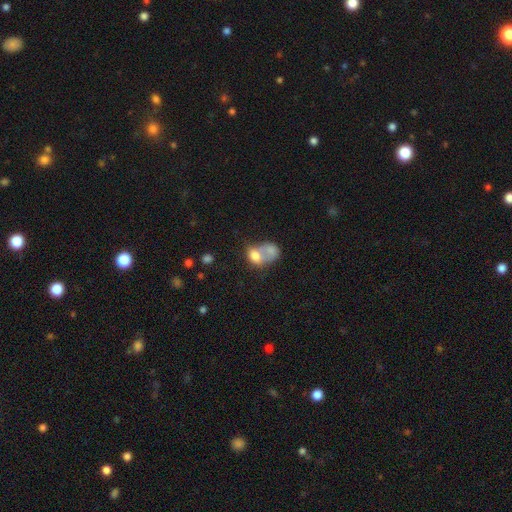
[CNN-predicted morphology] Overall: smooth (68%). How rounded: in between (68%; round 31%). Merging: merger (71%).